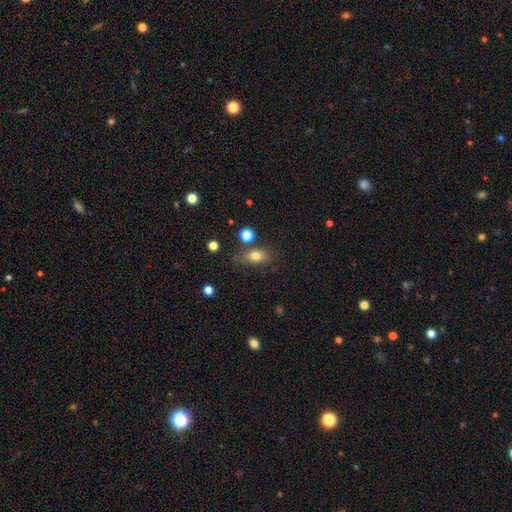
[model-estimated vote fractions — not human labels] smooth-or-featured: smooth: 77% | featured or disk: 12% | star or artifact: 11%
  how-rounded: in between: 77% | round: 17% | cigar-shaped: 6%
  merging: none: 66% | minor disturbance: 18% | merger: 9% | major disturbance: 7%